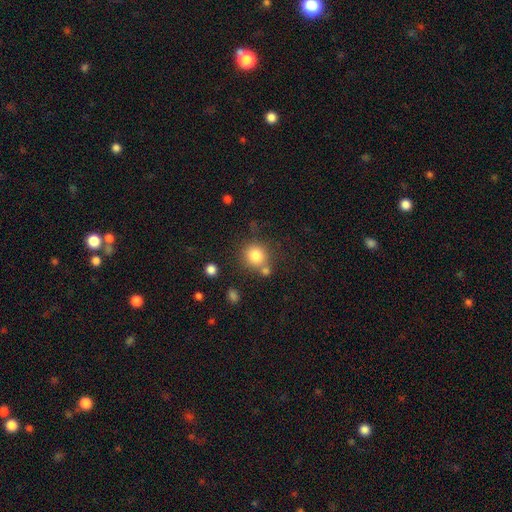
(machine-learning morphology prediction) Smooth or featured? smooth (81%)
How rounded? round (87%)
Merging? none (67%)